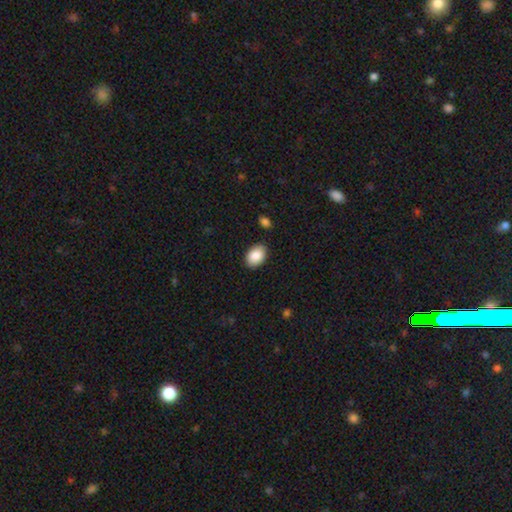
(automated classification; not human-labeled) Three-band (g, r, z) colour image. It shows a smooth galaxy with no disk features (88%) that is in between round and cigar-shaped (84%). Merging: none (88%).